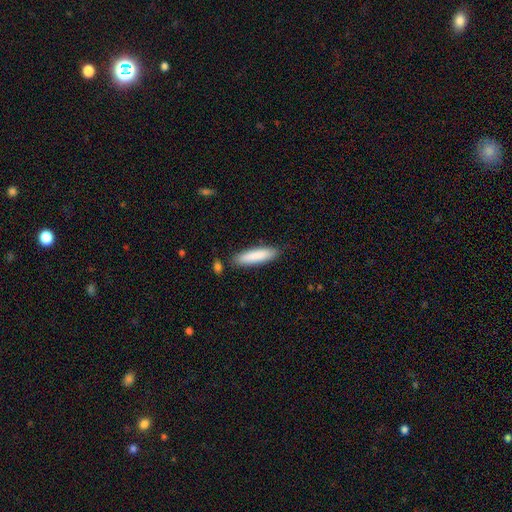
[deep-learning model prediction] smooth_or_featured: smooth (p=0.87) [alt: featured or disk p=0.08]
how_rounded: cigar-shaped (p=0.67) [alt: in between p=0.32]
merging: none (p=0.84) [alt: minor disturbance p=0.11]